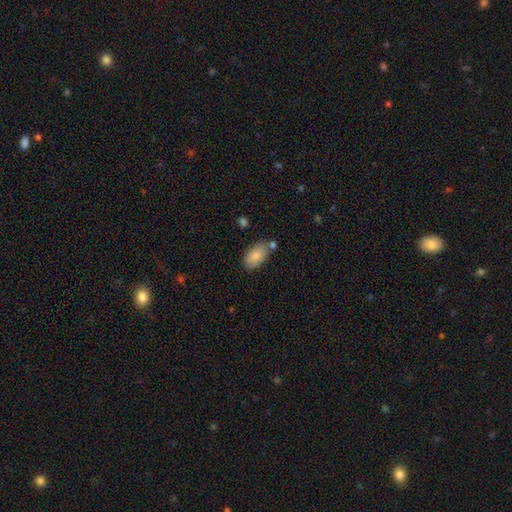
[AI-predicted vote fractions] Smooth or featured: smooth — 85% (featured or disk — 8%)
How rounded: in between — 94% (round — 4%)
Merging: none — 69% (minor disturbance — 16%)